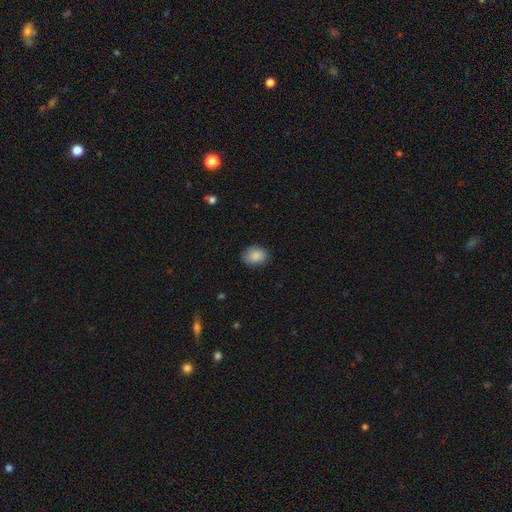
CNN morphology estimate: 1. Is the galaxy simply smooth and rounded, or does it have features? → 88% smooth, 8% star or artifact, 5% featured or disk.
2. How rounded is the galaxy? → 59% in between, 40% round, 1% cigar-shaped.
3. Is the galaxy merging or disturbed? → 83% none, 14% minor disturbance, 3% major disturbance, 1% merger.